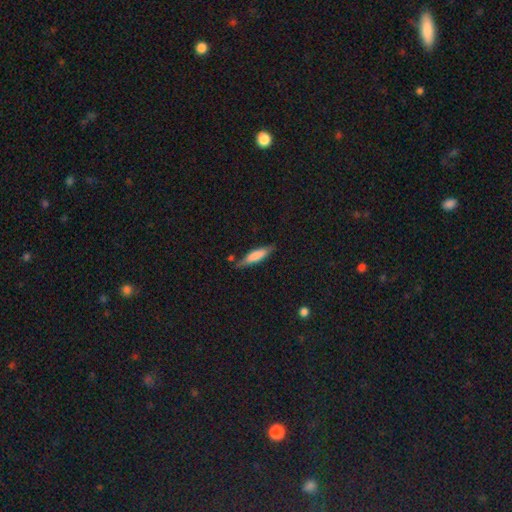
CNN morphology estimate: This is likely a smooth galaxy (68%). How rounded: likely cigar-shaped (69%). Merging: likely none (74%).